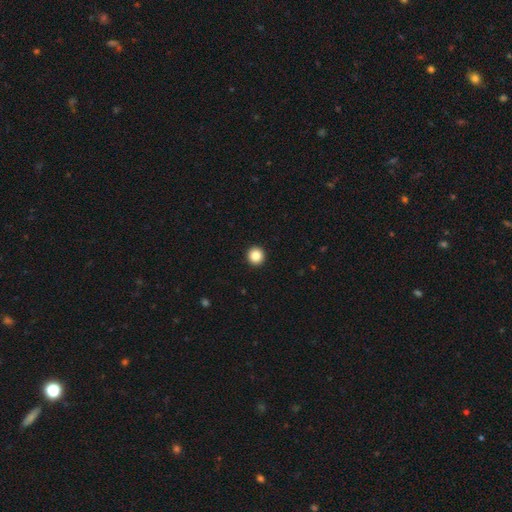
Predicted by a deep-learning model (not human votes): smooth-or-featured: smooth: 86% | star or artifact: 10% | featured or disk: 4%
  how-rounded: round: 96% | in between: 3% | cigar-shaped: 1%
  merging: none: 94% | minor disturbance: 4% | major disturbance: 1% | merger: 1%